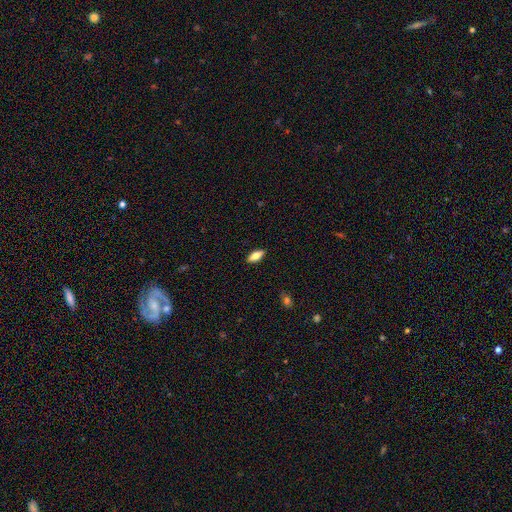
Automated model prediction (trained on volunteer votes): Q: Smooth or featured?
A: smooth (71%); runner-up: featured or disk (22%)
Q: How rounded?
A: in between (76%); runner-up: cigar-shaped (21%)
Q: Merging?
A: none (88%); runner-up: minor disturbance (9%)